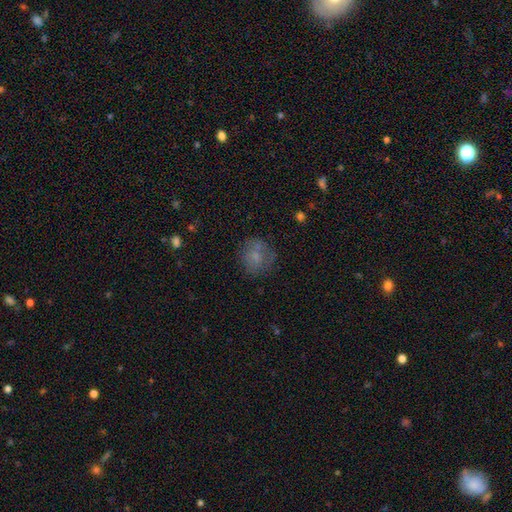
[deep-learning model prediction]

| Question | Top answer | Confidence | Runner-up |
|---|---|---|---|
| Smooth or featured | smooth | 67% | featured or disk (21%) |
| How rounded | round | 81% | in between (17%) |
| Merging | none | 65% | minor disturbance (19%) |